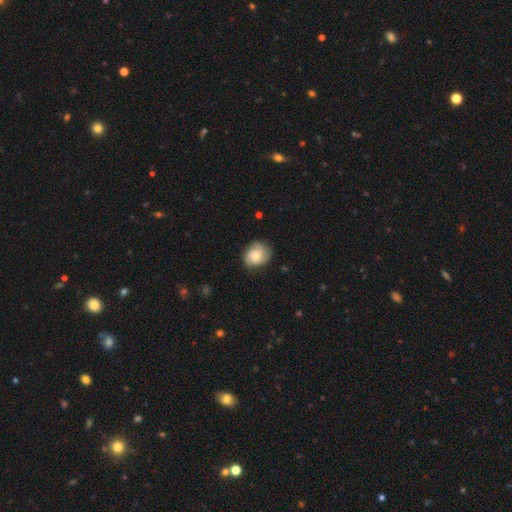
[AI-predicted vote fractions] This is possibly a featured or disk galaxy (57%). It is clearly not viewed edge-on (98%). Bar: likely no (74%). Spiral arm pattern: clearly yes (94%). Spiral arm count: possibly 3 (52%). Spiral winding: possibly tight (47%). Central bulge: possibly moderate (53%). Merging: likely none (76%).